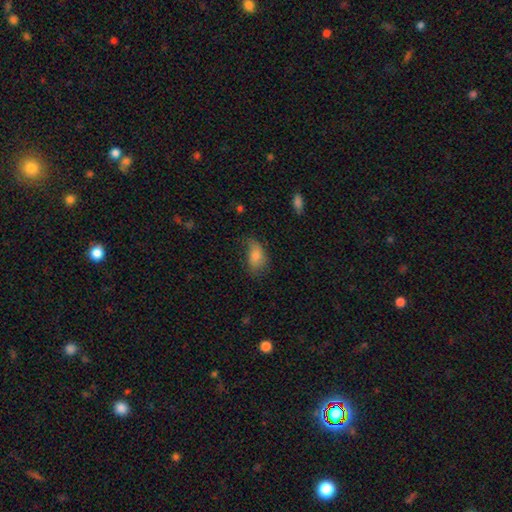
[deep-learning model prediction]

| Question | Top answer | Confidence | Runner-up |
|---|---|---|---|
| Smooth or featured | smooth | 74% | featured or disk (17%) |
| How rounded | in between | 88% | round (10%) |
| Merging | none | 48% | minor disturbance (35%) |